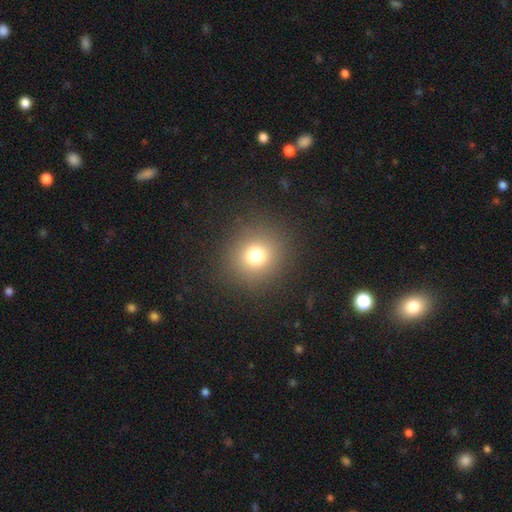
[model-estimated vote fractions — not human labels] Smooth or featured: smooth — 74% (star or artifact — 17%)
How rounded: round — 89% (in between — 10%)
Merging: none — 88% (minor disturbance — 6%)